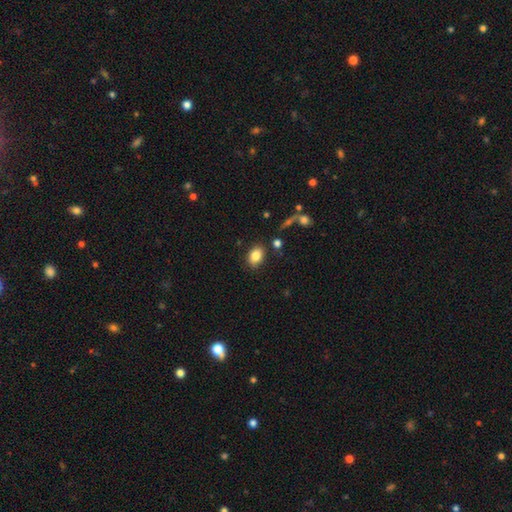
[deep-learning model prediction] Q: Smooth or featured?
A: smooth (84%); runner-up: star or artifact (9%)
Q: How rounded?
A: in between (77%); runner-up: round (22%)
Q: Merging?
A: none (80%); runner-up: minor disturbance (11%)